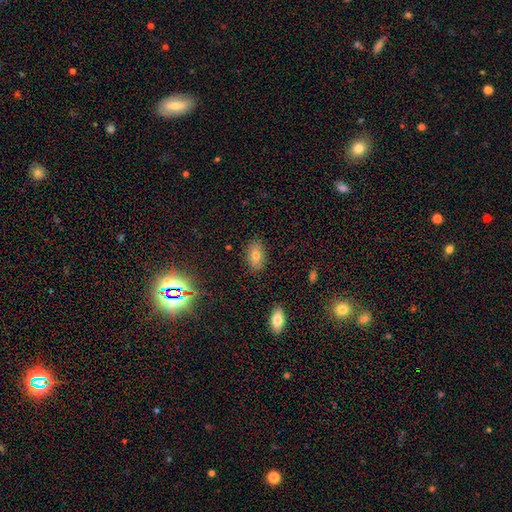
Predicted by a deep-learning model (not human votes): Smooth or featured? Predicted: smooth (p=0.75). How rounded? Predicted: in between (p=0.89). Merging? Predicted: none (p=0.86).